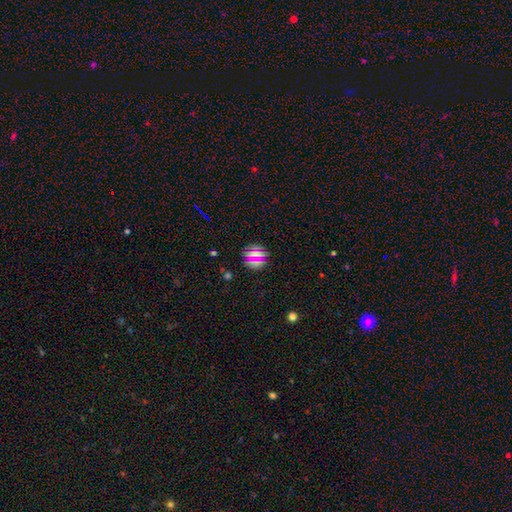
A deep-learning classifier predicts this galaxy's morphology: smooth 64%, star or artifact 27%, featured or disk 10%. Down the decision tree: how rounded — round (74%); merging — none (80%).